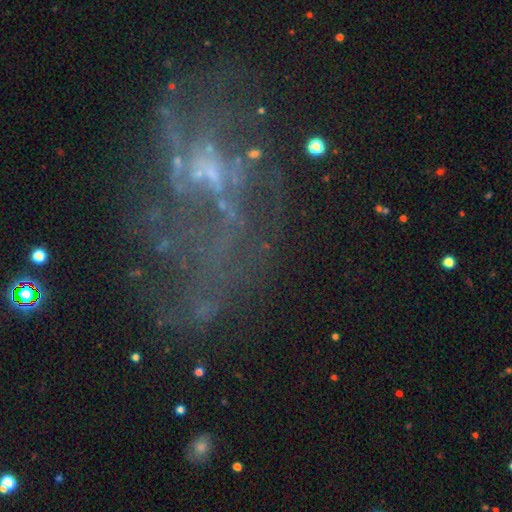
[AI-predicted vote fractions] Morphology: type=featured or disk (68%); edge-on=no (97%); bar=no (67%); spiral arms=yes (52%); bulge=none (52%); merging=none (45%).